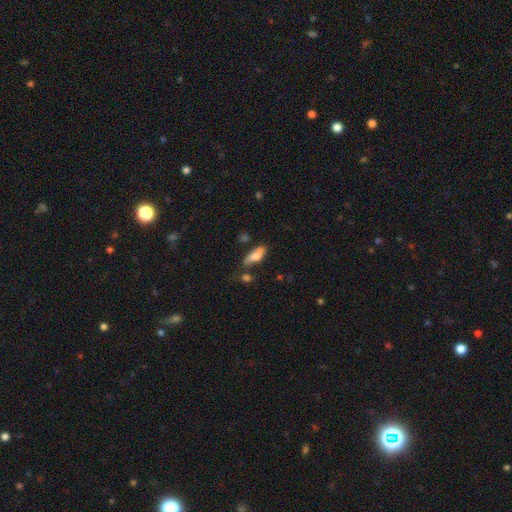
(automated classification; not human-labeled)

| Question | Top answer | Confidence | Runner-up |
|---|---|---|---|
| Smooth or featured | smooth | 66% | featured or disk (27%) |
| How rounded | in between | 70% | cigar-shaped (27%) |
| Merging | none | 49% | minor disturbance (27%) |